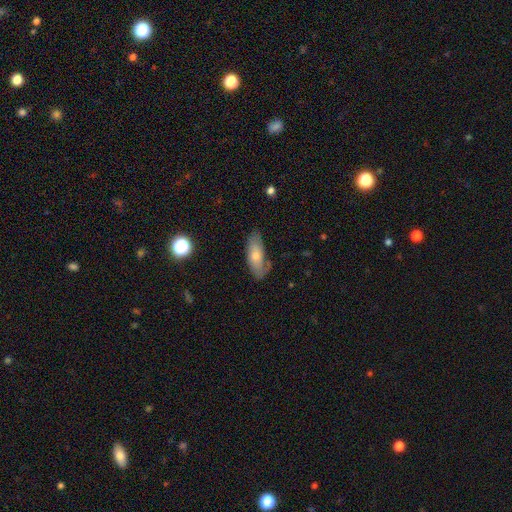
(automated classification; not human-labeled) Smooth or featured?
  - smooth: 58% *
  - featured or disk: 34%
  - star or artifact: 9%
How rounded?
  - in between: 73% *
  - cigar-shaped: 24%
  - round: 3%
Merging?
  - none: 68% *
  - minor disturbance: 23%
  - major disturbance: 6%
  - merger: 2%